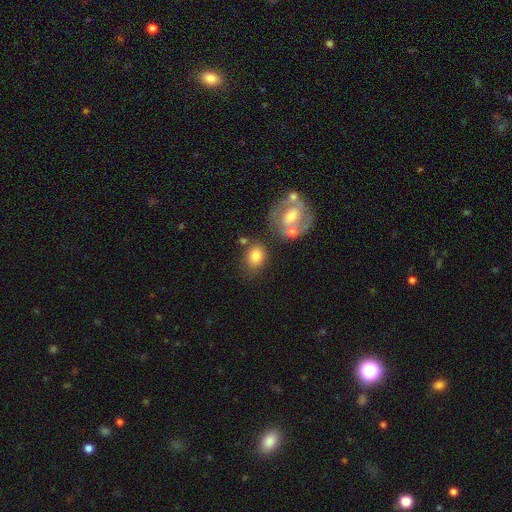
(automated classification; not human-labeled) smooth 77%, featured or disk 15%, star or artifact 8%. Down the decision tree: how rounded — round (55%); merging — none (61%).